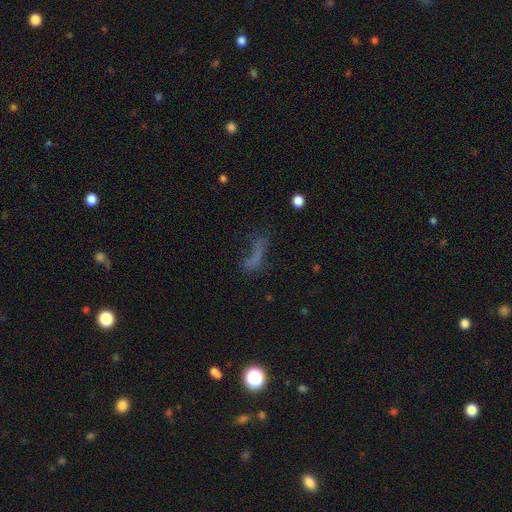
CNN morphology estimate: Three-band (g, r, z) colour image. It shows a smooth galaxy with no disk features (52%) that is cigar-shaped (46%). Merging: none (40%).